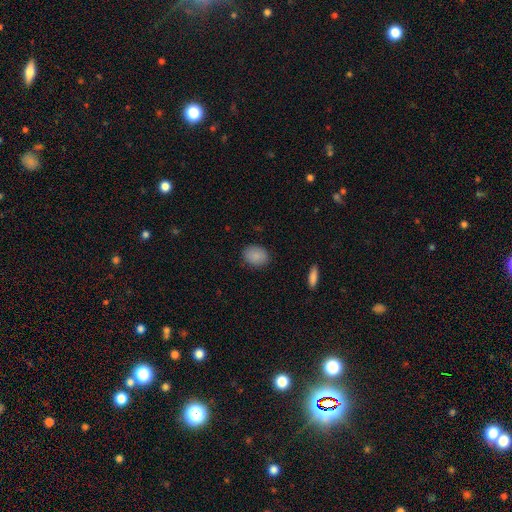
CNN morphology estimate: type=smooth (87%); roundness=in between (58%); merging=none (87%).